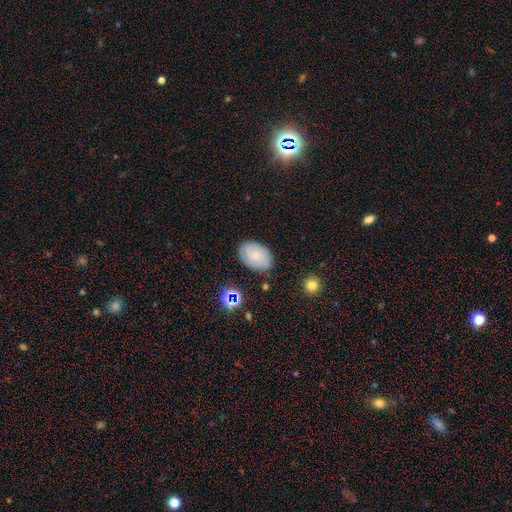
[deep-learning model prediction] Smooth or featured?
  - smooth: 50% *
  - featured or disk: 40%
  - star or artifact: 11%
Merging?
  - none: 80% *
  - minor disturbance: 14%
  - major disturbance: 4%
  - merger: 2%